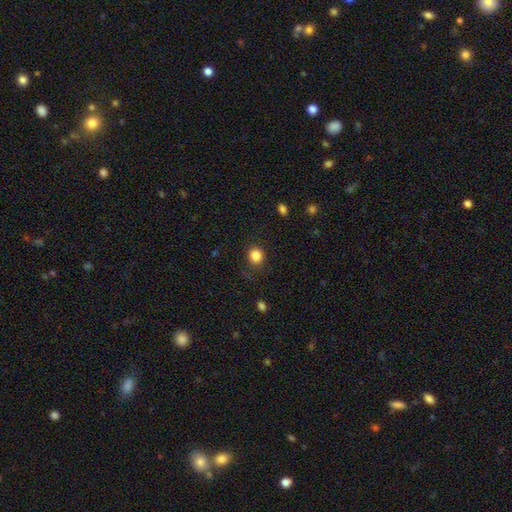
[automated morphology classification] smooth 85%, star or artifact 11%, featured or disk 4%. Down the decision tree: how rounded — round (83%); merging — none (85%).